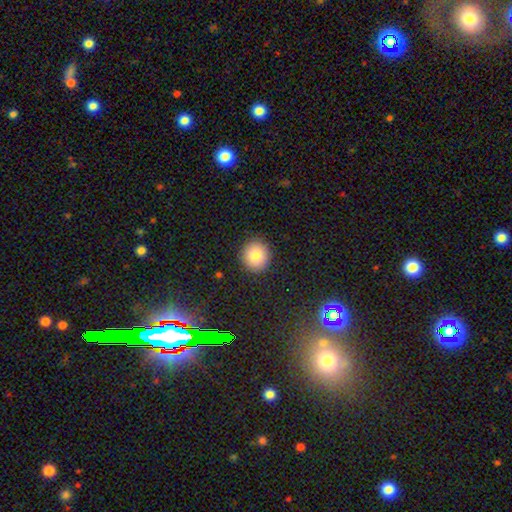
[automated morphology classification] Smooth or featured?
  - smooth: 81% *
  - star or artifact: 10%
  - featured or disk: 8%
How rounded?
  - round: 91% *
  - in between: 8%
  - cigar-shaped: 1%
Merging?
  - none: 90% *
  - minor disturbance: 6%
  - major disturbance: 2%
  - merger: 1%